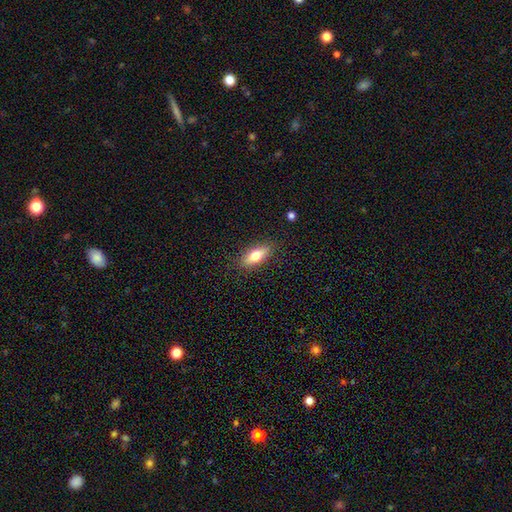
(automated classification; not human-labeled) Smooth or featured? smooth (67%)
How rounded? in between (67%)
Merging? none (87%)